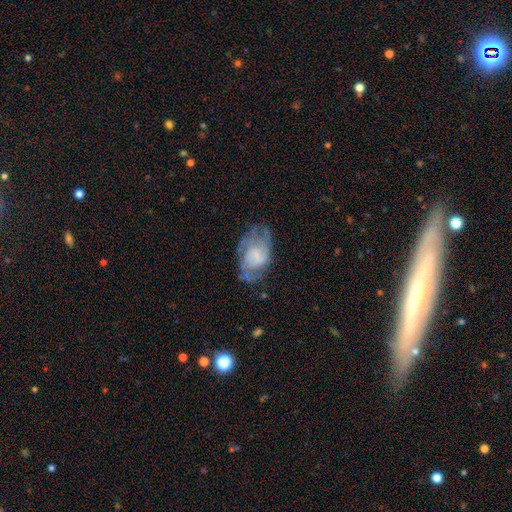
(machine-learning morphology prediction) A featured or disk galaxy (62%) with no bar (57%), spiral arms (72%) and no central bulge (42%).

Vote fractions:
- Smooth or featured? featured or disk: 62% / smooth: 30% / star or artifact: 8%
- Edge-on disk? no: 97% / yes: 3%
- Bar? no: 57% / weak: 36% / strong: 7%
- Spiral arms? yes: 72% / no: 28%
- Bulge size? none: 42% / small: 28% / moderate: 18% / large: 11% / dominant: 2%
- Merging? none: 53% / minor disturbance: 26% / major disturbance: 19% / merger: 2%